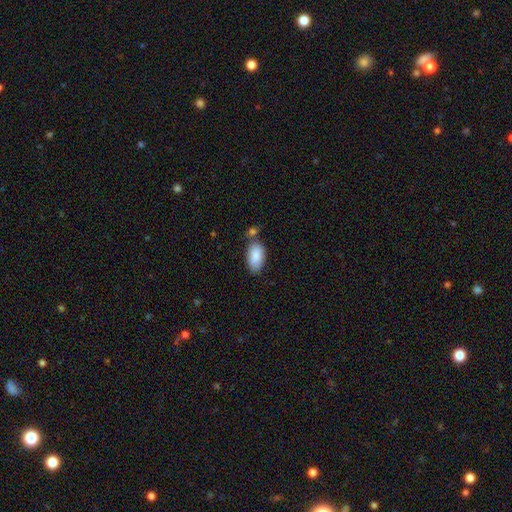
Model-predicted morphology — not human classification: This is clearly a smooth galaxy (87%). How rounded: clearly in between (94%). Merging: likely none (61%).